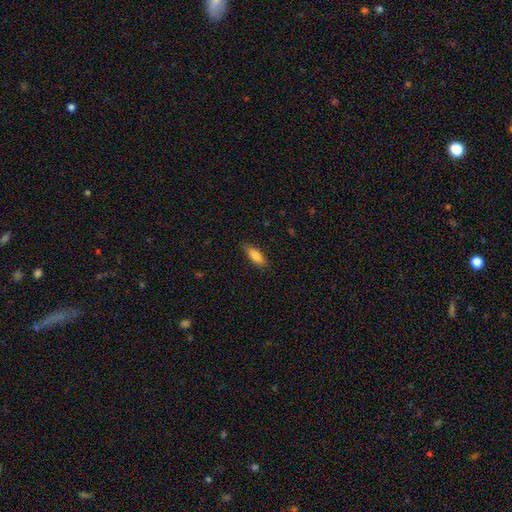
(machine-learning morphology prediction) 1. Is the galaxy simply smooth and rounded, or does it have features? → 83% smooth, 11% featured or disk, 6% star or artifact.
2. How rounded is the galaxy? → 63% in between, 35% cigar-shaped, 2% round.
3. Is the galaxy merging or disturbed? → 84% none, 12% minor disturbance, 3% major disturbance, 1% merger.